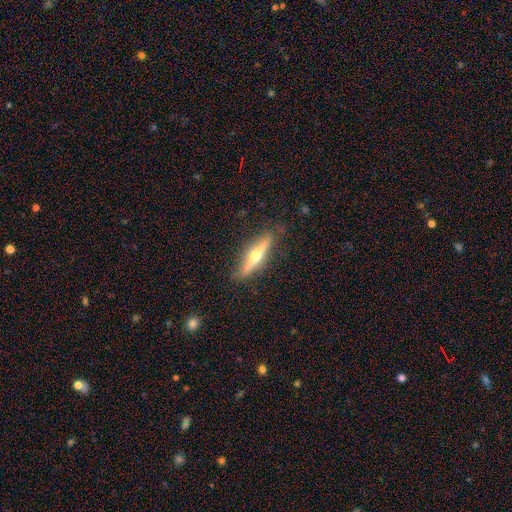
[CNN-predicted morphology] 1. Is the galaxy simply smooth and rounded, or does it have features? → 72% featured or disk, 22% smooth, 6% star or artifact.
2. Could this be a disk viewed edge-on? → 96% yes, 4% no.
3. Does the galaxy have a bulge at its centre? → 93% rounded, 5% none, 2% boxy.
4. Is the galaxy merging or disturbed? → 87% none, 9% minor disturbance, 2% major disturbance, 1% merger.